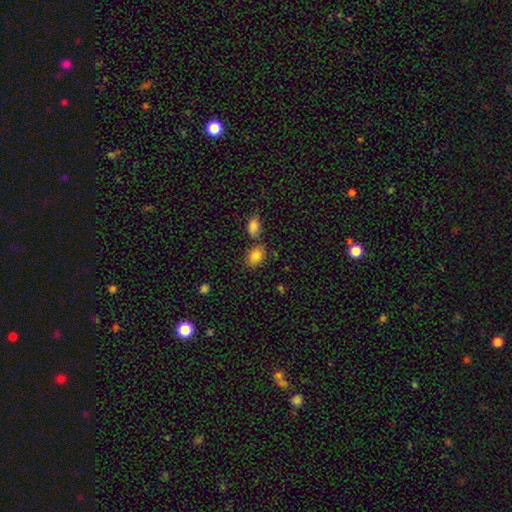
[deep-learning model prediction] This is clearly a smooth galaxy (84%). How rounded: likely in between (77%). Merging: likely none (70%).